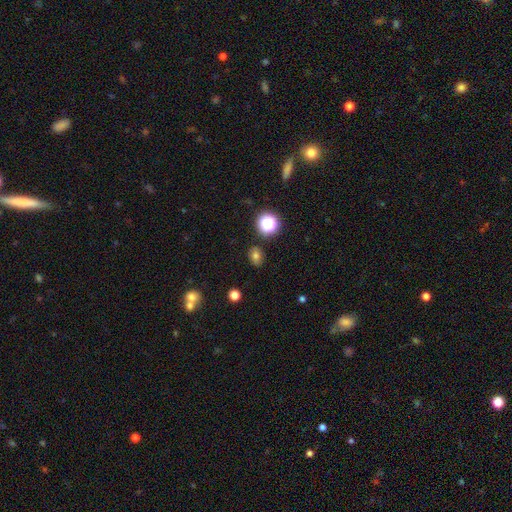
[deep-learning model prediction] Smooth or featured? smooth (73%)
How rounded? in between (57%)
Merging? none (85%)